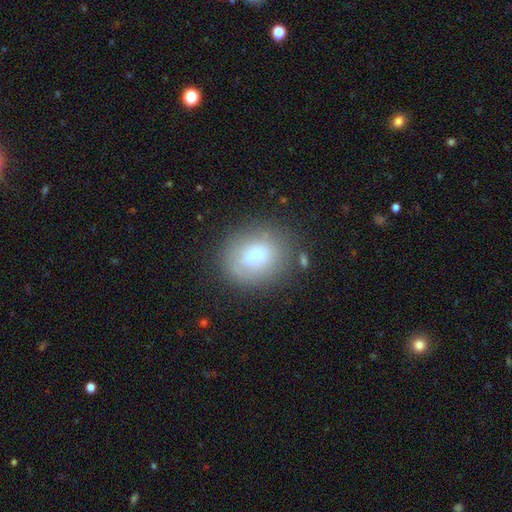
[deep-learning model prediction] smooth_or_featured: smooth (p=0.72) [alt: featured or disk p=0.18]
how_rounded: round (p=0.66) [alt: in between p=0.33]
merging: none (p=0.71) [alt: minor disturbance p=0.17]